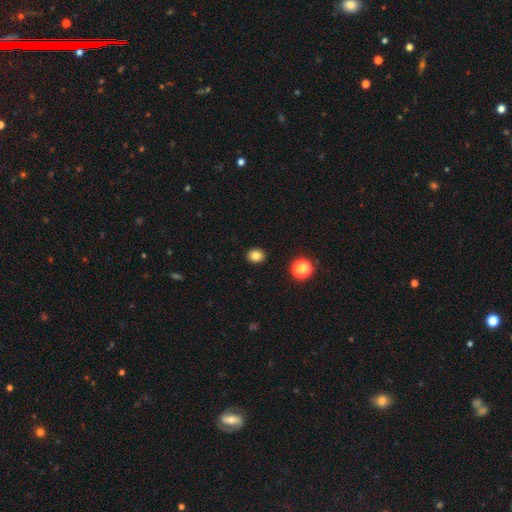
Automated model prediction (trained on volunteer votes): This is clearly a smooth galaxy (82%). How rounded: likely round (65%). Merging: clearly none (91%).